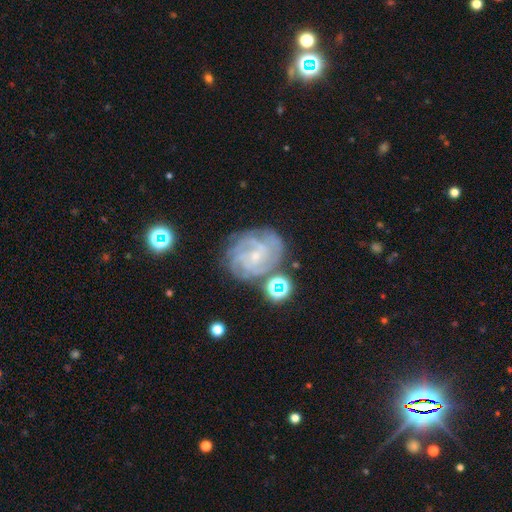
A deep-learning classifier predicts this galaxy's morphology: Overall: featured or disk (82%). Edge-on disk: no (98%). Bar: no (61%; weak 32%). Spiral arms: yes (96%). Spiral arm count: can't tell (29%; 4 27%). Spiral winding: tight (69%). Bulge size: small (78%). Merging: none (71%).